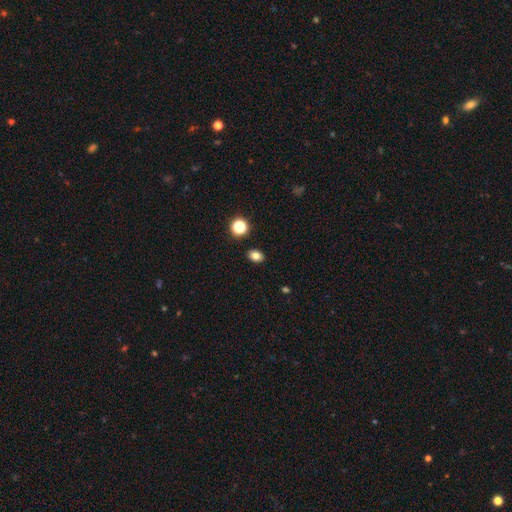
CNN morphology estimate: This is clearly a smooth galaxy (80%). How rounded: likely in between (69%). Merging: clearly none (89%).